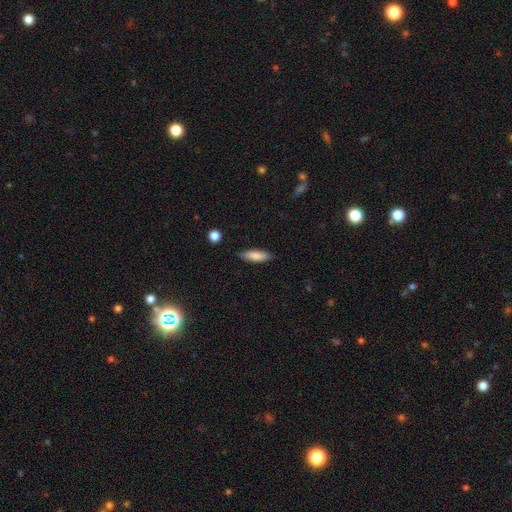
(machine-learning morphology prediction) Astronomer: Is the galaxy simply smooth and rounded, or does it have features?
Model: smooth — 82%.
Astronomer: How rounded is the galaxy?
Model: cigar-shaped — 53% (runner-up: in between, 45%).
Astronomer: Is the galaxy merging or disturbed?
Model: none — 85%.